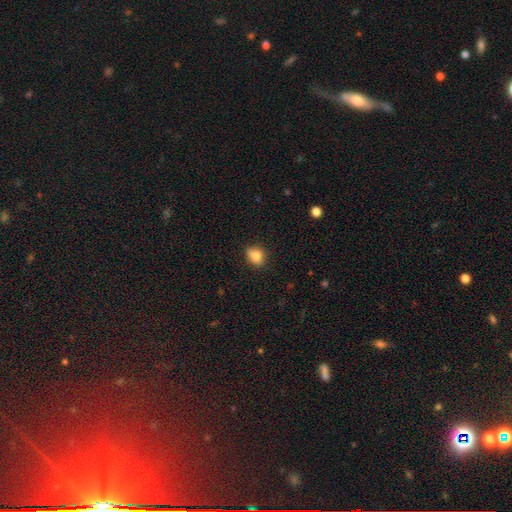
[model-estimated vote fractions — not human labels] The model was most divided on "how rounded": in between: 57%, round: 41%, cigar-shaped: 2%. More confident: smooth or featured — smooth (83%); merging — none (78%).